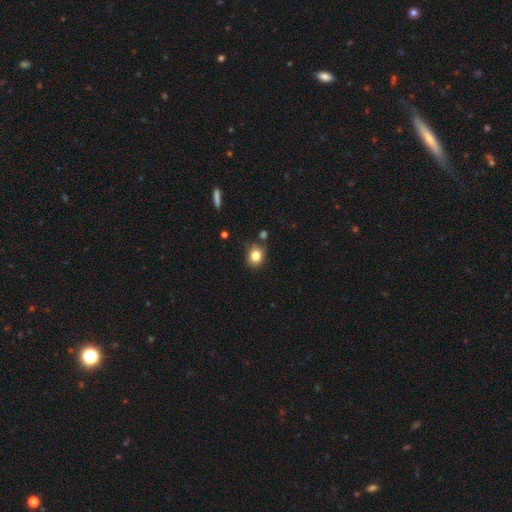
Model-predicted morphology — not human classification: Smooth or featured: smooth — 81% (star or artifact — 11%)
How rounded: round — 63% (in between — 36%)
Merging: none — 73% (minor disturbance — 17%)